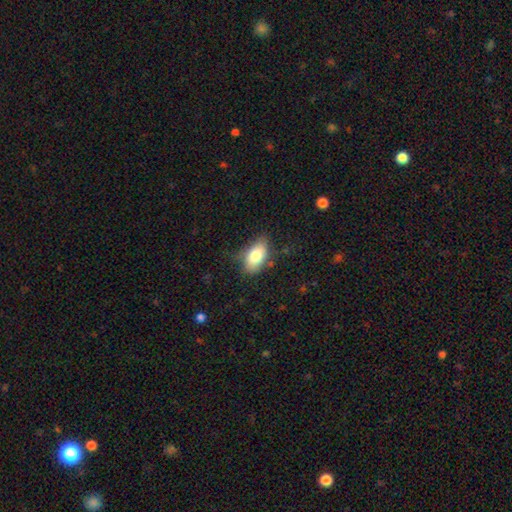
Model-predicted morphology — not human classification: smooth_or_featured: smooth (p=0.78) [alt: featured or disk p=0.14]
how_rounded: in between (p=0.91) [alt: round p=0.06]
merging: none (p=0.66) [alt: minor disturbance p=0.26]